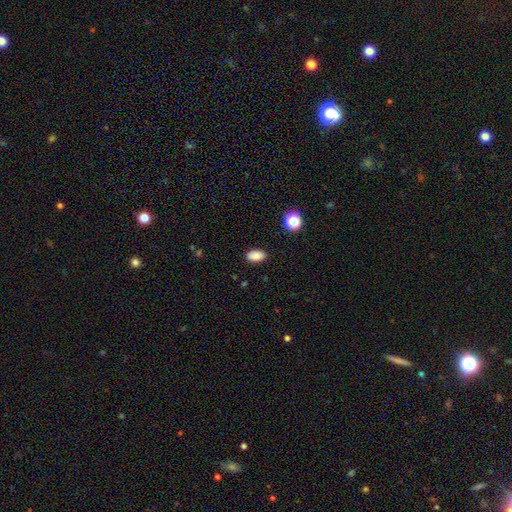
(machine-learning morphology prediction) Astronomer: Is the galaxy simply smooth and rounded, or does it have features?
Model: smooth — 86%.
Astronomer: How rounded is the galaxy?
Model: in between — 91%.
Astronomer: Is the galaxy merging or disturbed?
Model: none — 87%.